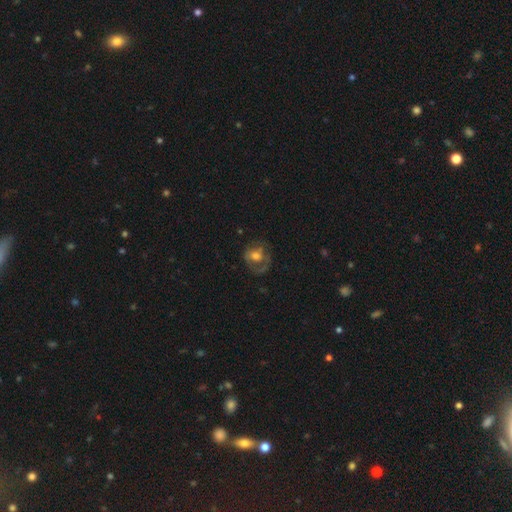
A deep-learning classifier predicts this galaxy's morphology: Smooth or featured?
  - featured or disk: 51% *
  - smooth: 41%
  - star or artifact: 9%
Edge-on disk?
  - no: 97% *
  - yes: 3%
Merging?
  - none: 52% *
  - major disturbance: 24%
  - minor disturbance: 22%
  - merger: 2%